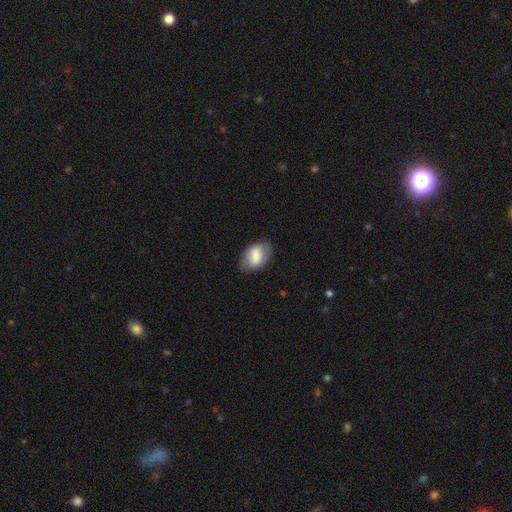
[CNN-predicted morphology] smooth 73%, featured or disk 21%, star or artifact 7%. Down the decision tree: how rounded — in between (88%); merging — none (76%).